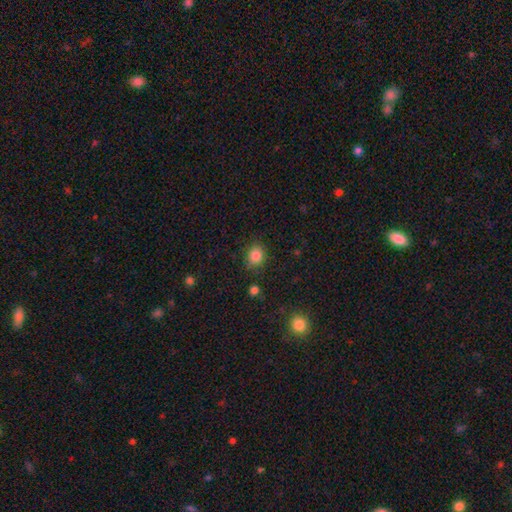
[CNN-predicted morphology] smooth 85%, star or artifact 11%, featured or disk 4%. Down the decision tree: how rounded — round (71%); merging — none (83%).